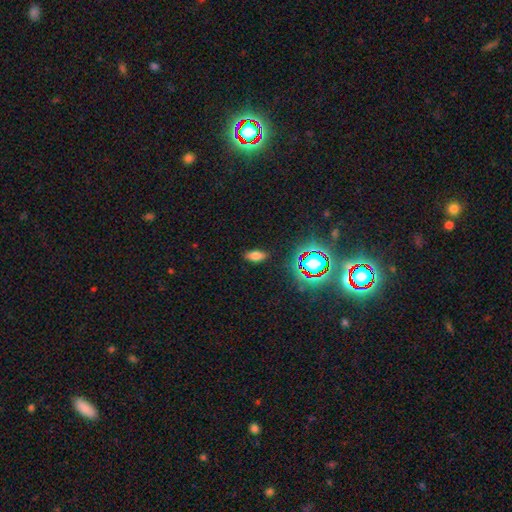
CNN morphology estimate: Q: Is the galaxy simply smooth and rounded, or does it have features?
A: smooth — 71%.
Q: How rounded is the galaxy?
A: in between — 86%.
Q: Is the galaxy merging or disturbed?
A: none — 86%.